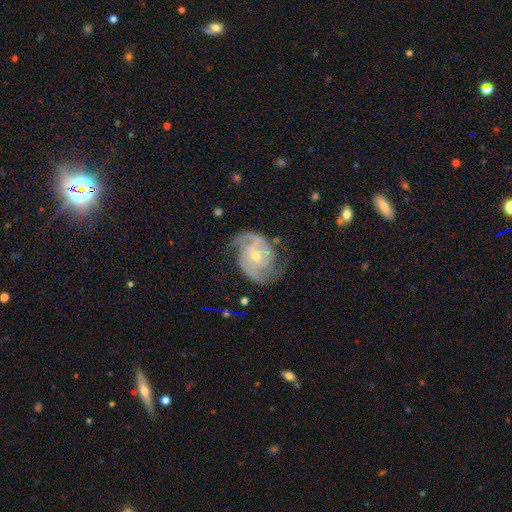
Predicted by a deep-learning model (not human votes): Smooth or featured? Predicted: featured or disk (p=0.89). Edge-on disk? Predicted: no (p=0.98). Bar? Predicted: no (p=0.54). Spiral arms? Predicted: yes (p=0.97). Spiral winding? Predicted: medium (p=0.46). Spiral arm count? Predicted: 2 (p=0.71). Bulge size? Predicted: small (p=0.62). Merging? Predicted: none (p=0.70).